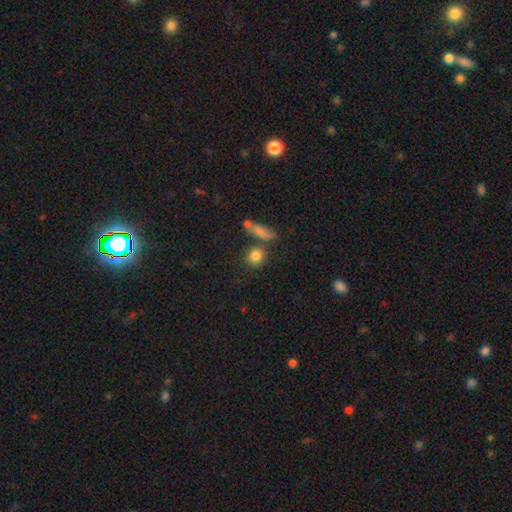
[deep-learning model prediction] The model was most divided on "merging": none: 70%, merger: 15%, minor disturbance: 11%, major disturbance: 4%. More confident: smooth or featured — smooth (83%); how rounded — round (79%).